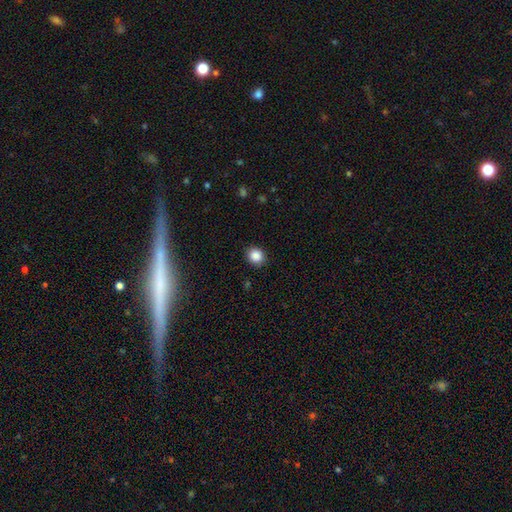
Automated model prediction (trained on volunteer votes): smooth-or-featured: smooth: 87% | star or artifact: 10% | featured or disk: 3%
  how-rounded: round: 74% | in between: 25% | cigar-shaped: 1%
  merging: none: 89% | minor disturbance: 8% | major disturbance: 2% | merger: 1%